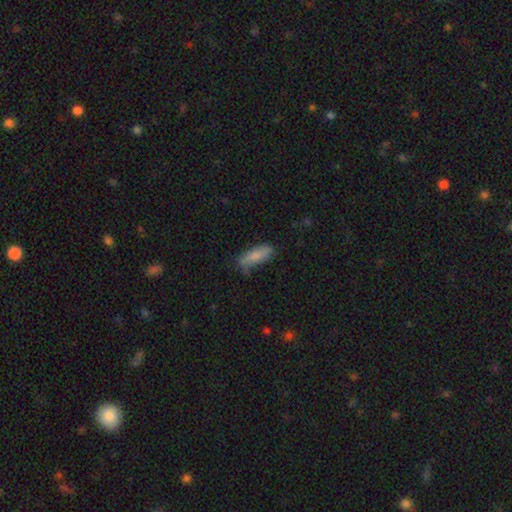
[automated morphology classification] Smooth or featured? smooth (79%)
How rounded? in between (62%)
Merging? none (61%)